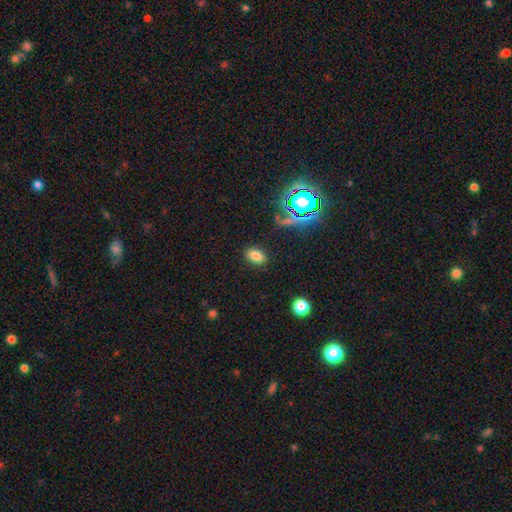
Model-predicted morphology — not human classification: type=smooth (76%); roundness=in between (83%); merging=none (87%).